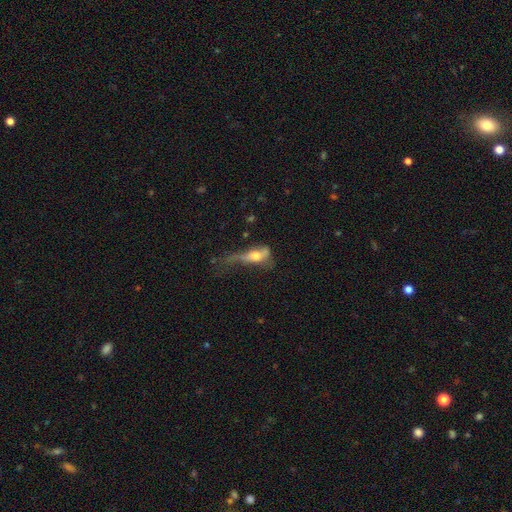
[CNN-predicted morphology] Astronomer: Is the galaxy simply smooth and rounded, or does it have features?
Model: smooth — 50% (runner-up: featured or disk, 40%).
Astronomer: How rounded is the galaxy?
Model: in between — 53% (runner-up: cigar-shaped, 39%).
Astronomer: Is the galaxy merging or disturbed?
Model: major disturbance — 53%.